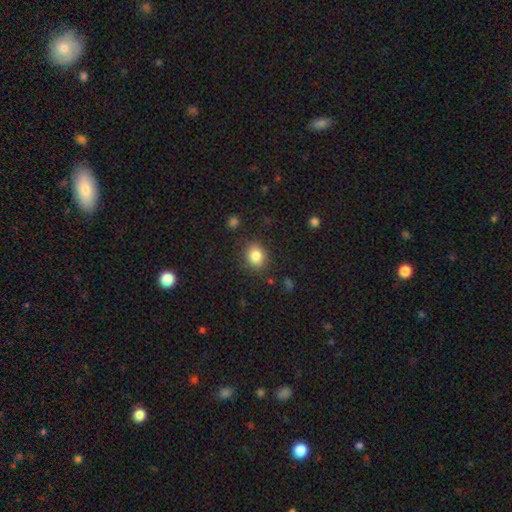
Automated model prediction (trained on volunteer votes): Morphology: type=smooth (84%); roundness=round (62%); merging=none (86%).